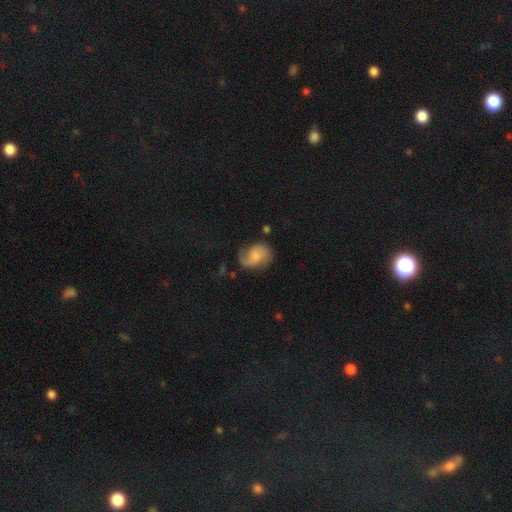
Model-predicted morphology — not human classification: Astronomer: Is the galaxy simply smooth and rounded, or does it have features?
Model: featured or disk — 56% (runner-up: smooth, 36%).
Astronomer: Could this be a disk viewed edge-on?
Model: no — 97%.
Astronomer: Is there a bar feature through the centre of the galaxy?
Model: no — 63%.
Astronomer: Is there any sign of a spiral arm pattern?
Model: yes — 91%.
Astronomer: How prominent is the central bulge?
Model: small — 36% (runner-up: none, 31%).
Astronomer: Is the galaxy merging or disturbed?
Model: none — 57%.